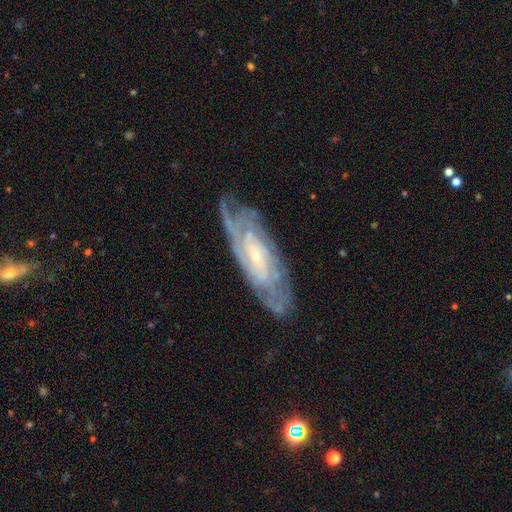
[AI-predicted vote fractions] This appears to be a featured or disk galaxy (84%) with no bar (59%), tight (70%) spiral arms (94%) and a small central bulge (80%). Merging: none (73%).